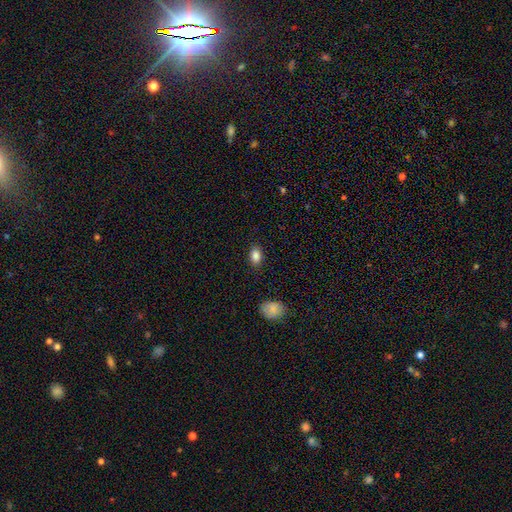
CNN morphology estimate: This is clearly a smooth galaxy (86%). How rounded: clearly in between (83%). Merging: clearly none (87%).